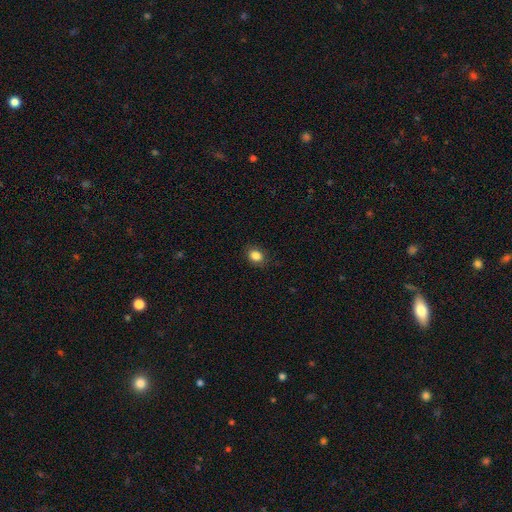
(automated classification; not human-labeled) Q: Smooth or featured?
A: smooth (85%); runner-up: star or artifact (10%)
Q: How rounded?
A: in between (51%); runner-up: round (48%)
Q: Merging?
A: none (85%); runner-up: minor disturbance (11%)